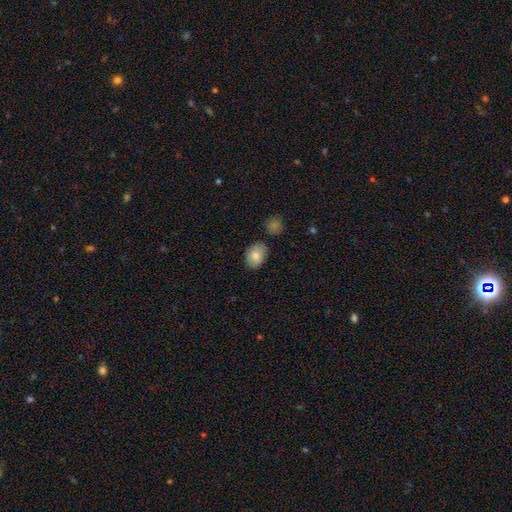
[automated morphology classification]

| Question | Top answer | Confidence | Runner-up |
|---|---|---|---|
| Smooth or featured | smooth | 85% | star or artifact (8%) |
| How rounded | in between | 73% | round (26%) |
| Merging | none | 78% | minor disturbance (15%) |